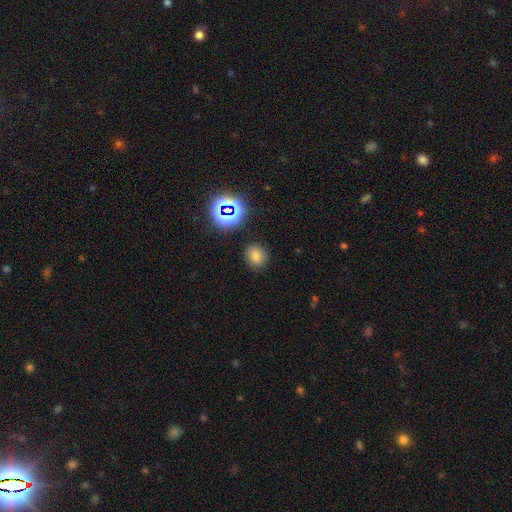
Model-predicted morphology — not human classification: A smooth galaxy with no disk features (70%) that is round (75%). Merging: none (87%).